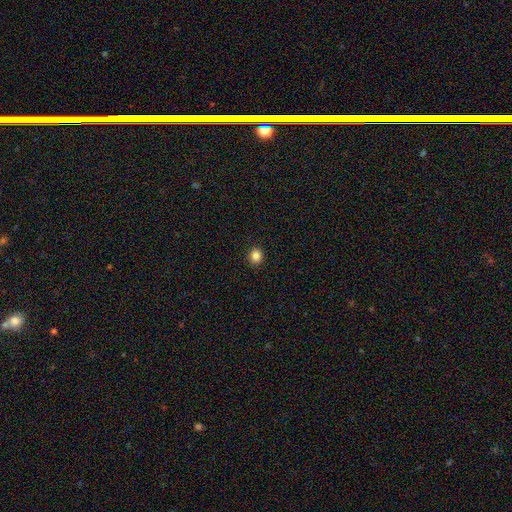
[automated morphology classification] Smooth or featured? smooth (85%)
How rounded? round (81%)
Merging? none (92%)